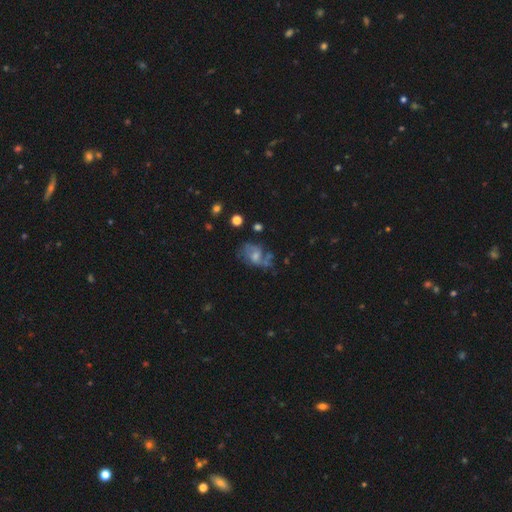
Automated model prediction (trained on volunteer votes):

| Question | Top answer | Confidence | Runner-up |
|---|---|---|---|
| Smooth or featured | featured or disk | 55% | smooth (34%) |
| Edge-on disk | no | 97% | yes (3%) |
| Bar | no | 66% | weak (30%) |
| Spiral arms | yes | 64% | no (36%) |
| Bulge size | moderate | 45% | small (34%) |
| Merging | none | 40% | major disturbance (26%) |